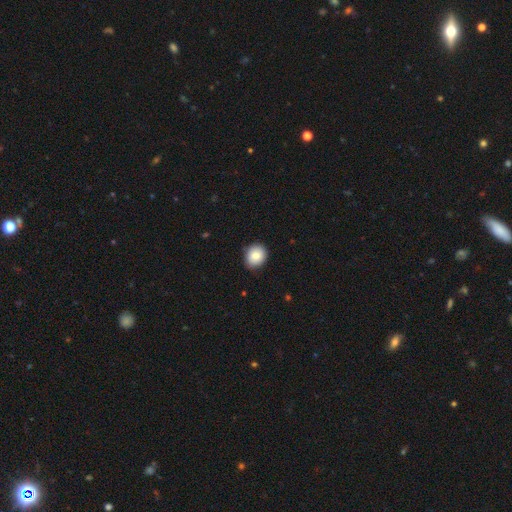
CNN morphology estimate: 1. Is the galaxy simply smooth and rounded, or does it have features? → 82% smooth, 9% featured or disk, 8% star or artifact.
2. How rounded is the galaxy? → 73% round, 26% in between, 1% cigar-shaped.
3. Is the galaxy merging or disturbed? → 85% none, 12% minor disturbance, 2% major disturbance, 1% merger.